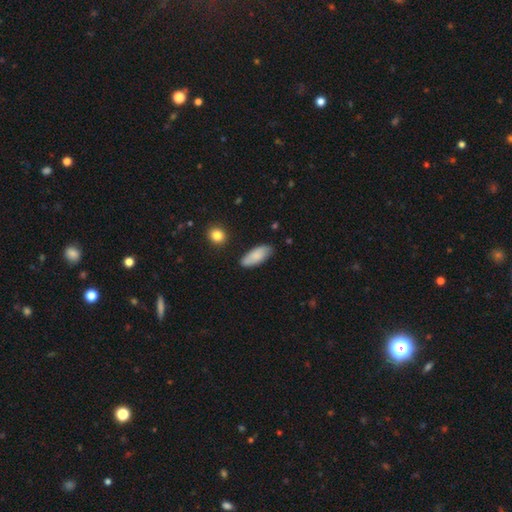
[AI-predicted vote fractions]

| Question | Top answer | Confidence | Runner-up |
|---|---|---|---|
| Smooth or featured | smooth | 82% | featured or disk (12%) |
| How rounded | in between | 83% | cigar-shaped (15%) |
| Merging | none | 80% | minor disturbance (15%) |